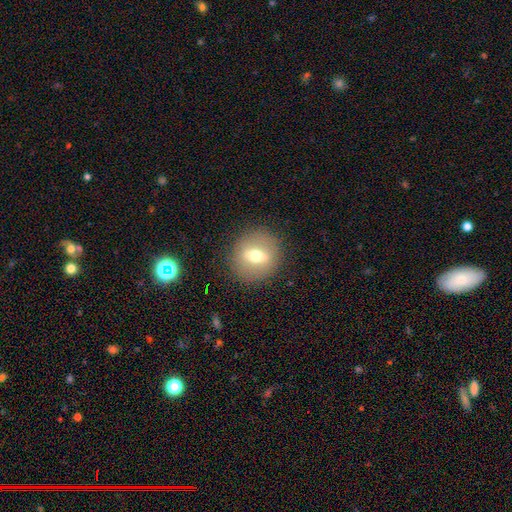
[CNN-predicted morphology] Smooth or featured?
  - smooth: 52% *
  - featured or disk: 38%
  - star or artifact: 10%
How rounded?
  - round: 82% *
  - in between: 16%
  - cigar-shaped: 2%
Merging?
  - none: 88% *
  - minor disturbance: 8%
  - major disturbance: 3%
  - merger: 1%